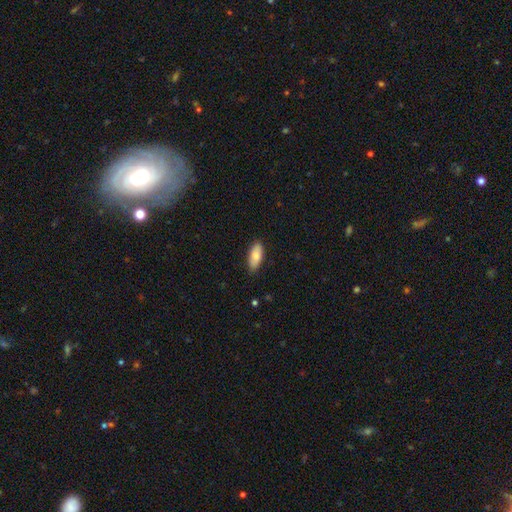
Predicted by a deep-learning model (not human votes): The model was most divided on "how rounded": in between: 83%, cigar-shaped: 15%, round: 2%. More confident: merging — none (85%); smooth or featured — smooth (84%).